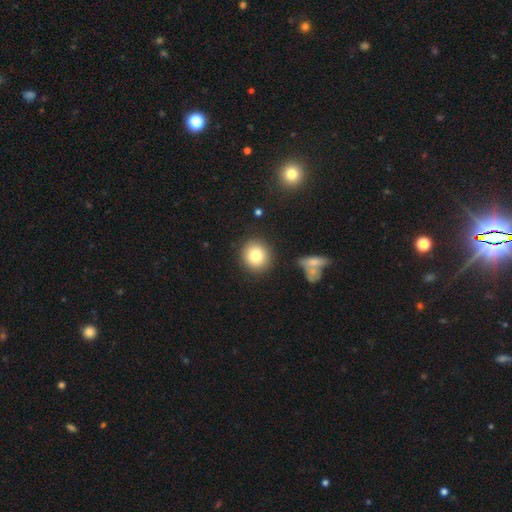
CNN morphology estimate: smooth_or_featured: smooth (p=0.80) [alt: star or artifact p=0.10]
how_rounded: round (p=0.86) [alt: in between p=0.13]
merging: none (p=0.86) [alt: minor disturbance p=0.08]